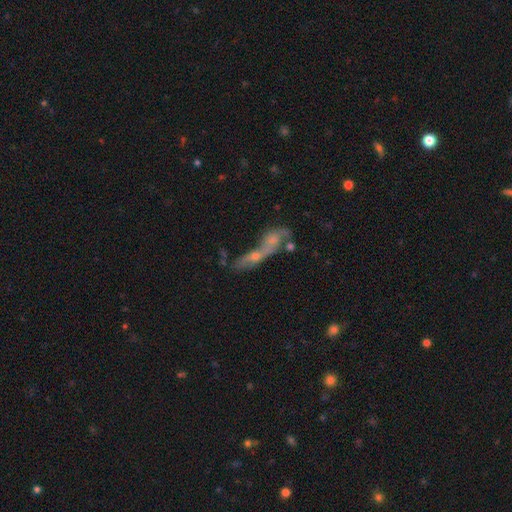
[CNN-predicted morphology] The model was most divided on "smooth or featured": featured or disk: 47%, smooth: 34%, star or artifact: 19%. More confident: merging — merger (59%).